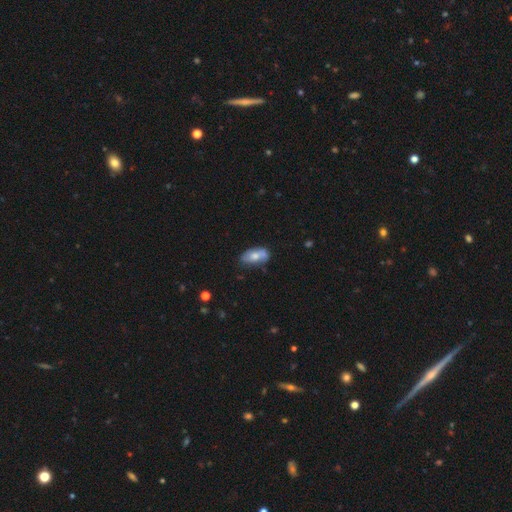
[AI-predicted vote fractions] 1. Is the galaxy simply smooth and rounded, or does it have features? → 57% smooth, 36% featured or disk, 7% star or artifact.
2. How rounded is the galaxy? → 89% in between, 8% cigar-shaped, 4% round.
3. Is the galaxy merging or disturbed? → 58% none, 26% minor disturbance, 9% merger, 7% major disturbance.